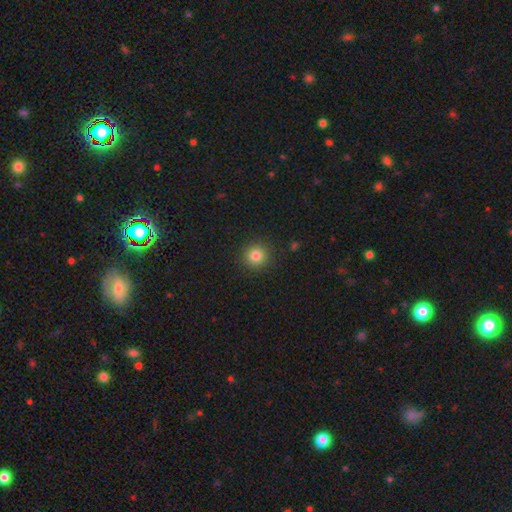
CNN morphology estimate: Smooth or featured?
  - smooth: 82% *
  - star or artifact: 12%
  - featured or disk: 6%
How rounded?
  - round: 93% *
  - in between: 6%
  - cigar-shaped: 1%
Merging?
  - none: 91% *
  - minor disturbance: 6%
  - major disturbance: 2%
  - merger: 1%